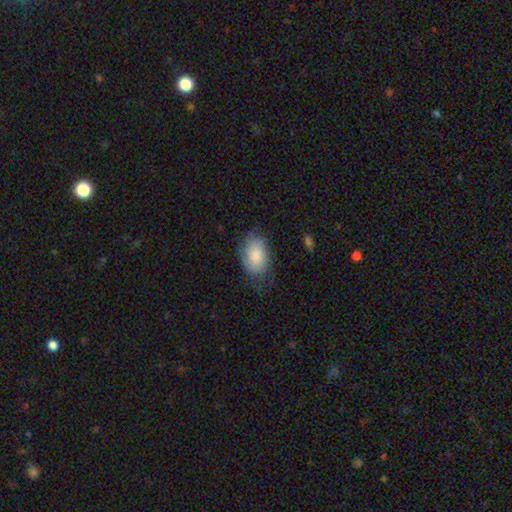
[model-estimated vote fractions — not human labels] This is likely a smooth galaxy (72%). How rounded: clearly in between (89%). Merging: possibly none (56%).